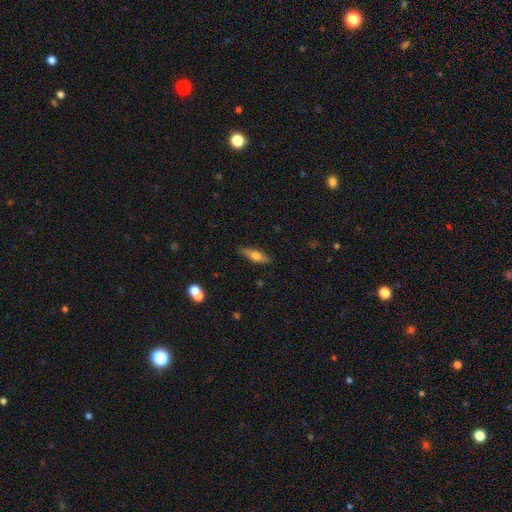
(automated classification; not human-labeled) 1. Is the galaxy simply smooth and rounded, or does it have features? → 59% smooth, 34% featured or disk, 7% star or artifact.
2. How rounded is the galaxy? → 53% cigar-shaped, 44% in between, 3% round.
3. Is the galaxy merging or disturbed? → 84% none, 12% minor disturbance, 2% major disturbance, 2% merger.